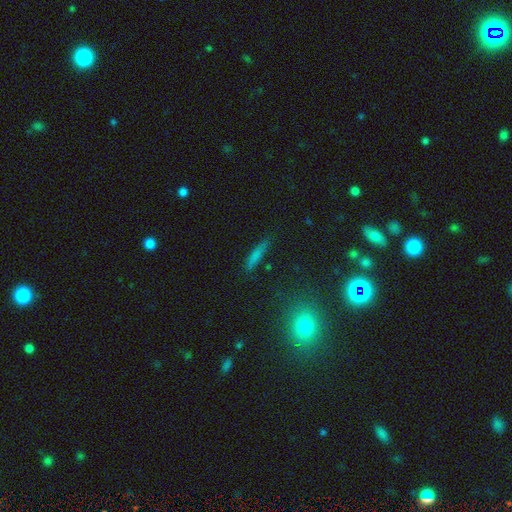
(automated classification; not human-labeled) A smooth galaxy with no disk features (72%) that is cigar-shaped (89%). Merging: none (81%).